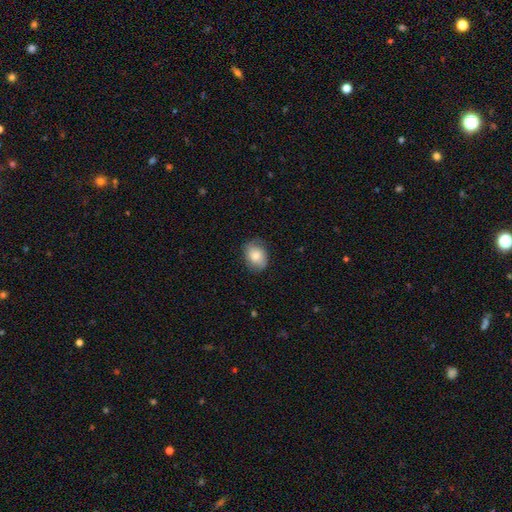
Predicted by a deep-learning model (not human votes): Smooth or featured: smooth — 72% (featured or disk — 21%)
How rounded: in between — 62% (round — 37%)
Merging: none — 73% (minor disturbance — 20%)